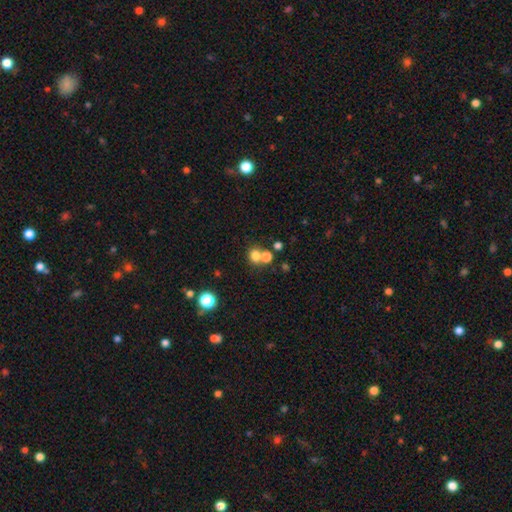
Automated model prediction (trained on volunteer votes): smooth 75%, star or artifact 16%, featured or disk 9%. Down the decision tree: how rounded — round (72%); merging — none (49%).